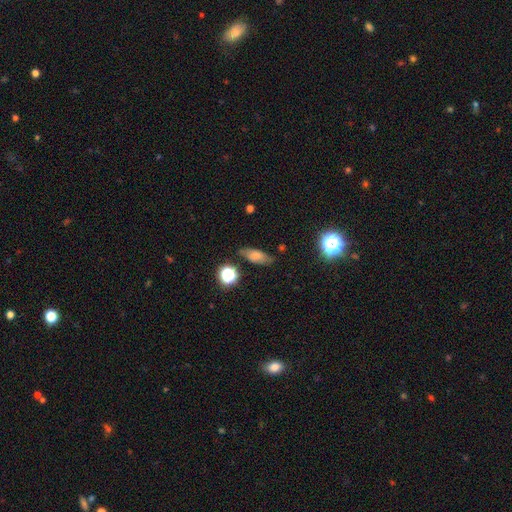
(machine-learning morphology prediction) Smooth or featured? smooth (64%)
How rounded? in between (69%)
Merging? none (75%)